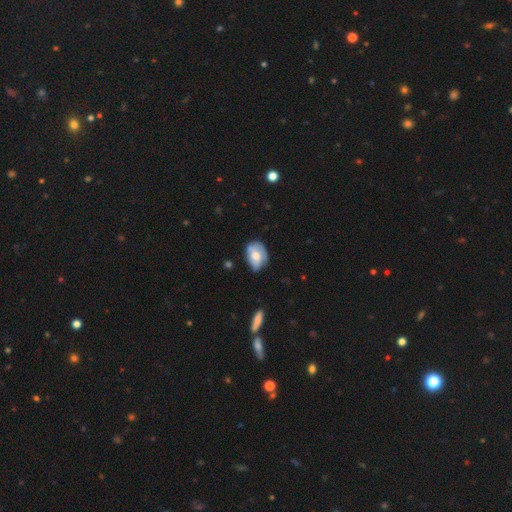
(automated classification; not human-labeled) A smooth galaxy with no disk features (56%) that is in between round and cigar-shaped (77%).

Vote fractions:
- Smooth or featured? smooth: 56% / featured or disk: 37% / star or artifact: 7%
- How rounded? in between: 77% / round: 22% / cigar-shaped: 1%
- Merging? none: 52% / minor disturbance: 35% / major disturbance: 11% / merger: 3%